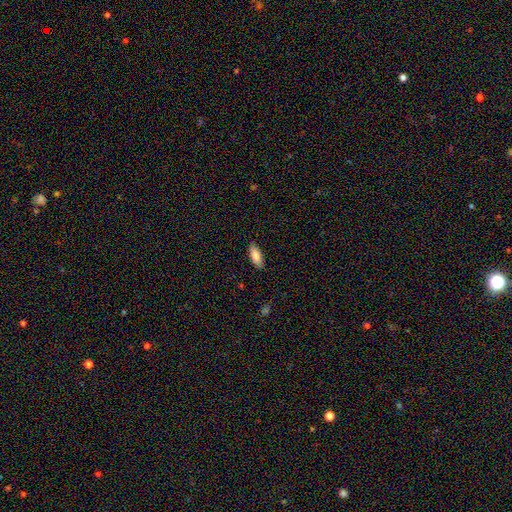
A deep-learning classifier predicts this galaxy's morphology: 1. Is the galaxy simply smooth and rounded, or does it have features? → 83% smooth, 10% featured or disk, 6% star or artifact.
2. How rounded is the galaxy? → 79% in between, 20% cigar-shaped, 2% round.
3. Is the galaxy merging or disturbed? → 86% none, 11% minor disturbance, 2% major disturbance, 1% merger.